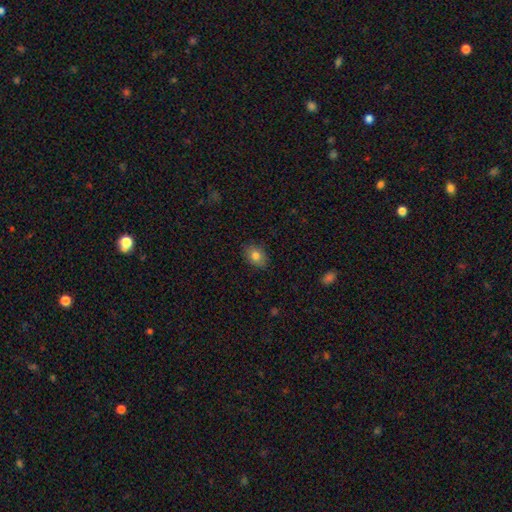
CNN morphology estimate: The model was most divided on "how rounded": in between: 71%, round: 28%, cigar-shaped: 1%. More confident: merging — none (86%); smooth or featured — smooth (81%).